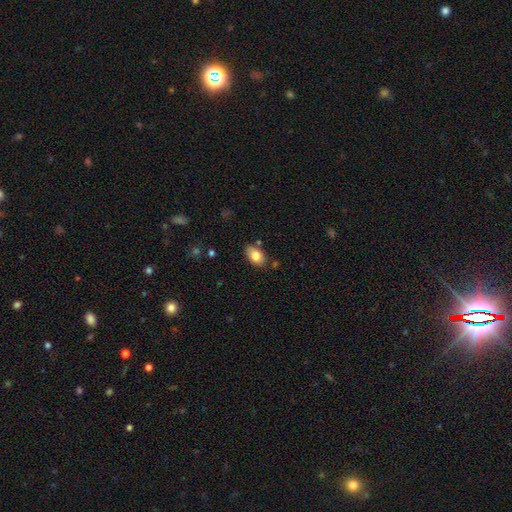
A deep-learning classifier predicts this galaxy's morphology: Smooth or featured? Predicted: smooth (p=0.81). How rounded? Predicted: in between (p=0.89). Merging? Predicted: none (p=0.78).